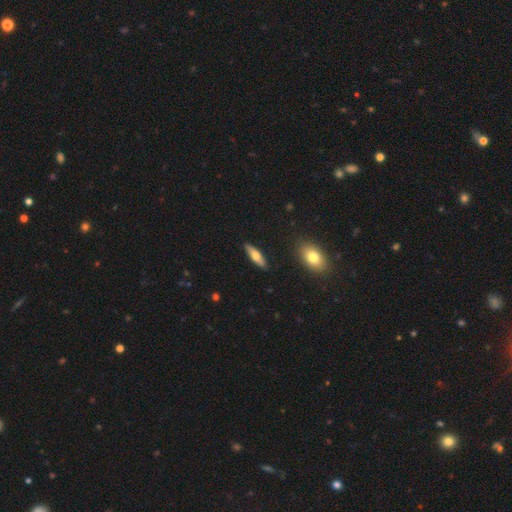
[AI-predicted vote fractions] Morphology: type=smooth (61%); roundness=cigar-shaped (57%); merging=none (88%).